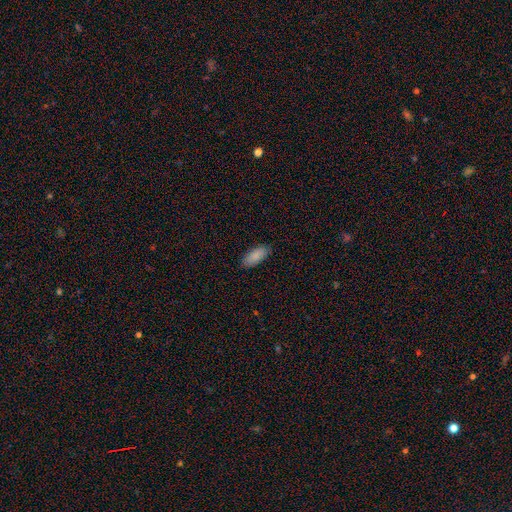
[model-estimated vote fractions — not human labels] This appears to be a smooth galaxy with no disk features (88%) that is in between round and cigar-shaped (82%). Merging: none (87%).